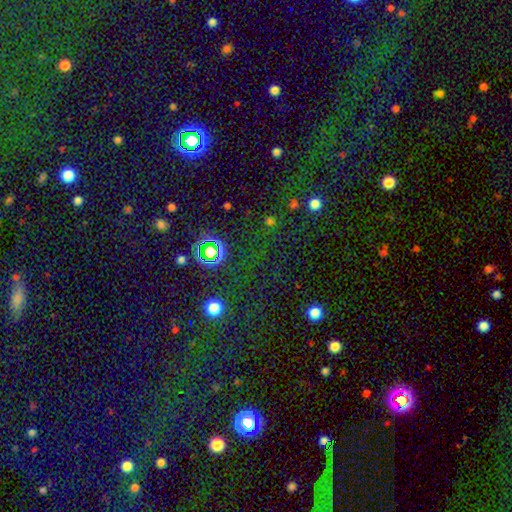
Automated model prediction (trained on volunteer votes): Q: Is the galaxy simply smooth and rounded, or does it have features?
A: star or artifact — 69%.